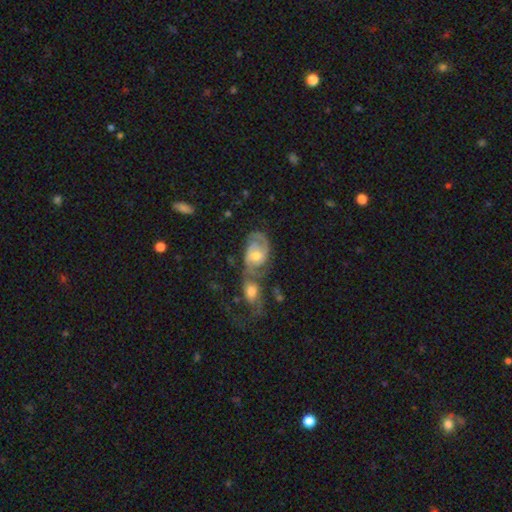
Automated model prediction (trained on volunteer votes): smooth_or_featured: featured or disk (p=0.80) [alt: smooth p=0.15]
disk_edge_on: no (p=0.96) [alt: yes p=0.04]
bar: no (p=0.60) [alt: weak p=0.33]
has_spiral_arms: yes (p=0.93) [alt: no p=0.07]
spiral_winding: medium (p=0.45) [alt: tight p=0.40]
spiral_arm_count: 2 (p=0.72) [alt: can't tell p=0.13]
bulge_size: moderate (p=0.67) [alt: small p=0.22]
merging: merger (p=0.55) [alt: none p=0.26]